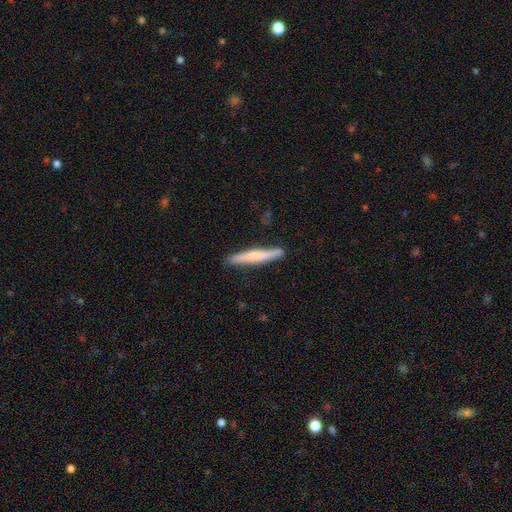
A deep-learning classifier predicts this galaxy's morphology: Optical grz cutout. It shows a smooth galaxy with no disk features (56%) that is cigar-shaped (95%). Merging: none (89%).